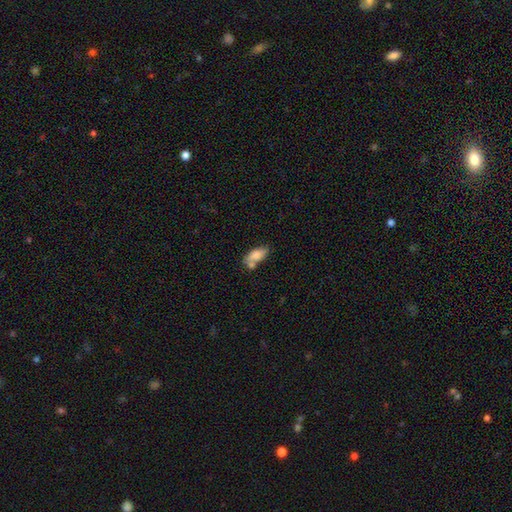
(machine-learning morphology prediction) smooth_or_featured: smooth (p=0.78) [alt: featured or disk p=0.14]
how_rounded: in between (p=0.84) [alt: cigar-shaped p=0.12]
merging: none (p=0.43) [alt: merger p=0.32]